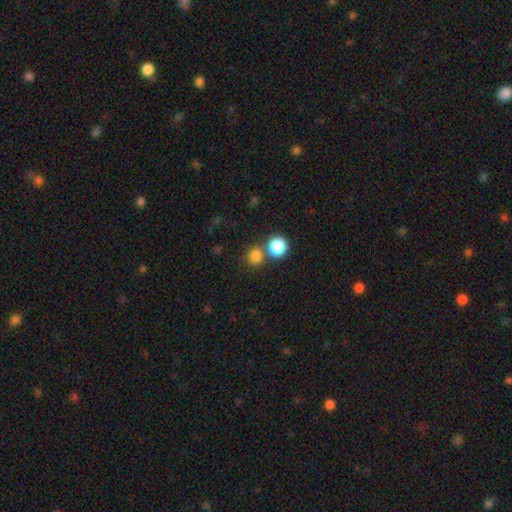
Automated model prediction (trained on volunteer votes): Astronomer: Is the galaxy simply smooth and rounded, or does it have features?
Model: smooth — 82%.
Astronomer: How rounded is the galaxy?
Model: round — 86%.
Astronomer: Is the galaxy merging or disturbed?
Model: none — 60%.